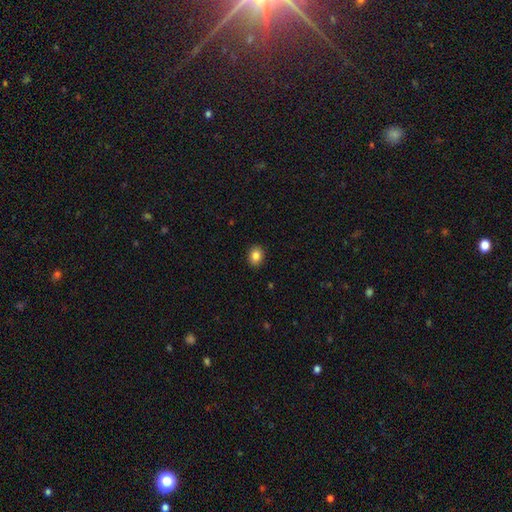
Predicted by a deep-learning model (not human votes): The model was most divided on "how rounded": in between: 52%, round: 47%, cigar-shaped: 1%. More confident: merging — none (91%); smooth or featured — smooth (85%).